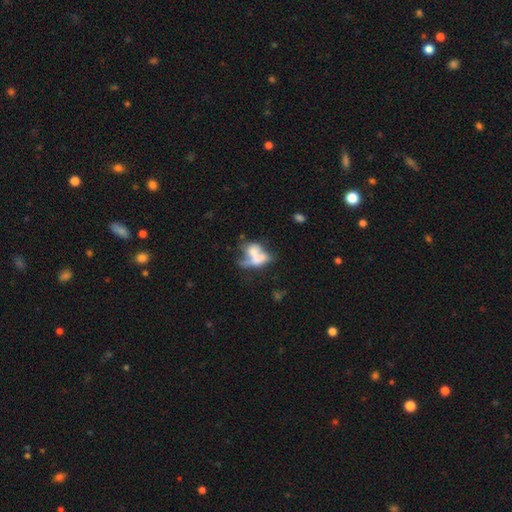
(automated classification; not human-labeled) Overall: smooth (48%; featured or disk 41%). Merging: merger (49%; major disturbance 22%).